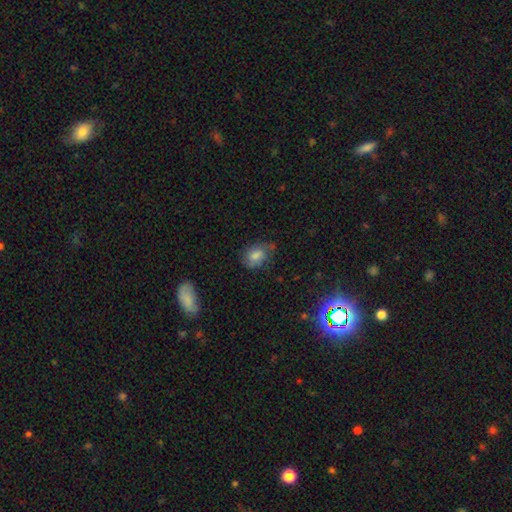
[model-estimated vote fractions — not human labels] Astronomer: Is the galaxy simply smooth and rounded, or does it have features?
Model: smooth — 73%.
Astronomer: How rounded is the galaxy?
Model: in between — 73%.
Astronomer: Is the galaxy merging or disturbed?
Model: none — 58%.